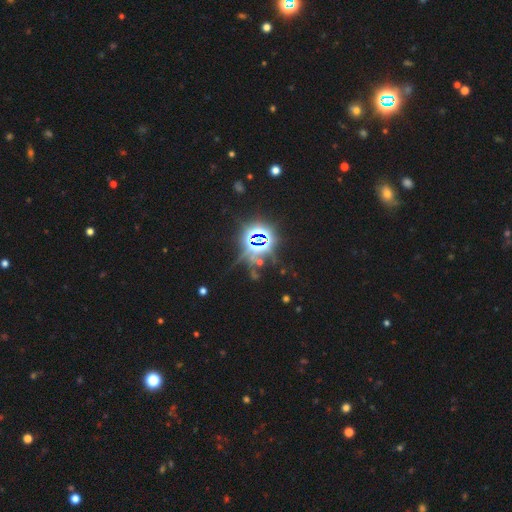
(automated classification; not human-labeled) Overall: star or artifact (82%).